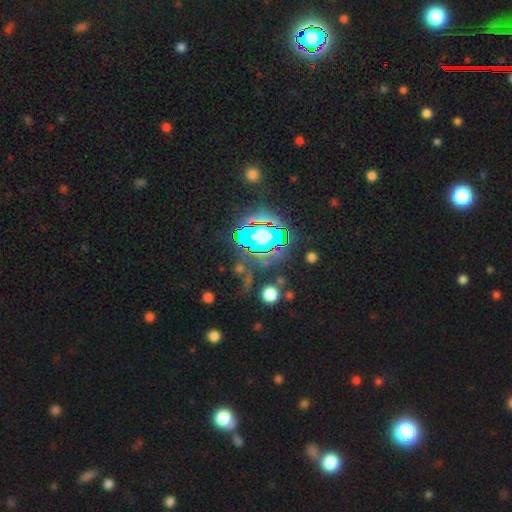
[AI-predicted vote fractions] Overall: star or artifact (84%).